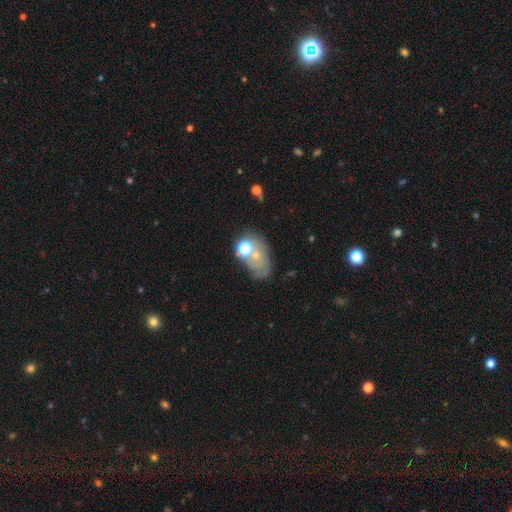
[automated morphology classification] The model was most divided on "smooth or featured": smooth: 43%, featured or disk: 37%, star or artifact: 21%. Remaining: merging — none (37%).